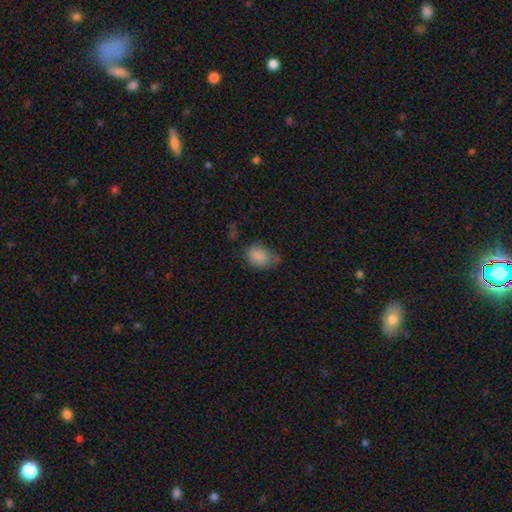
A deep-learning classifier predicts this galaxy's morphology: The model was most divided on "merging": none: 52%, minor disturbance: 34%, major disturbance: 10%, merger: 4%. More confident: smooth or featured — smooth (83%); how rounded — in between (73%).